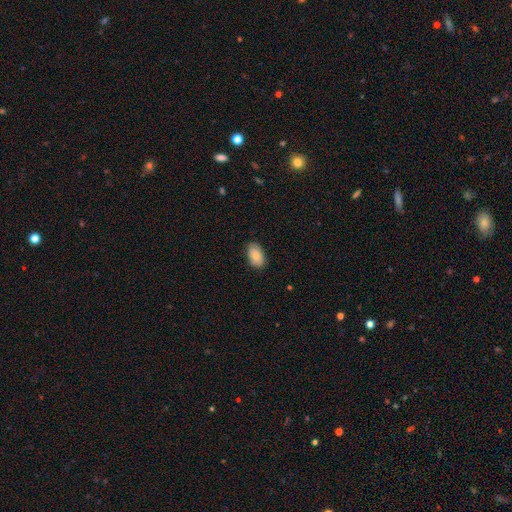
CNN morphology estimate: This appears to be a smooth galaxy with no disk features (85%) that is in between round and cigar-shaped (94%). Merging: none (84%).